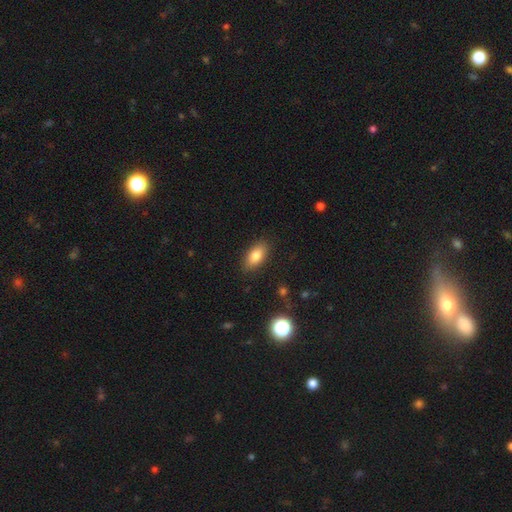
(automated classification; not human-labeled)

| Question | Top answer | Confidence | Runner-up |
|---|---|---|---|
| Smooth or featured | smooth | 81% | featured or disk (10%) |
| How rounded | in between | 89% | cigar-shaped (6%) |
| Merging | none | 86% | minor disturbance (10%) |